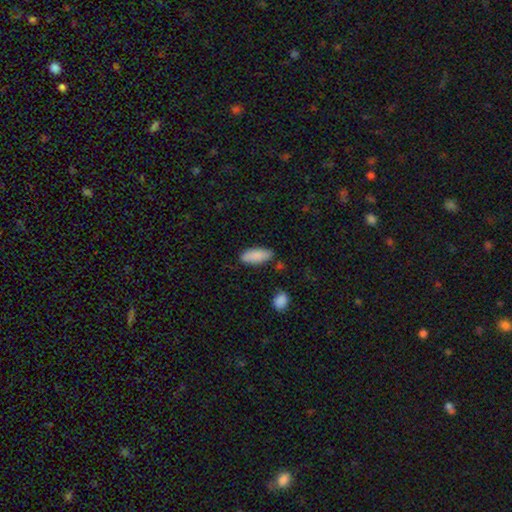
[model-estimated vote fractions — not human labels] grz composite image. It shows a smooth galaxy with no disk features (88%) that is in between round and cigar-shaped (81%). Merging: none (78%).